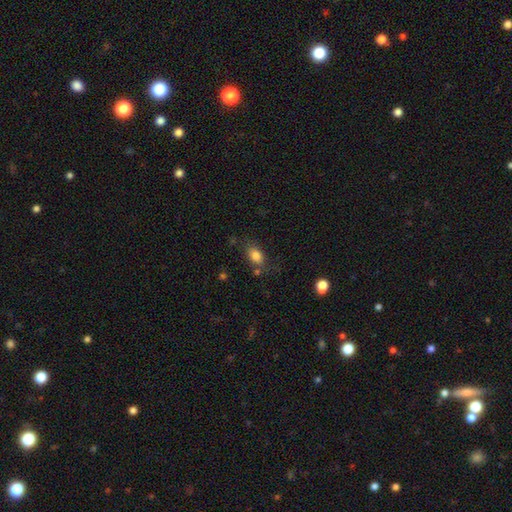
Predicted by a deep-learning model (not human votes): A smooth galaxy with no disk features (82%) that is in between round and cigar-shaped (83%). Merging: none (70%).